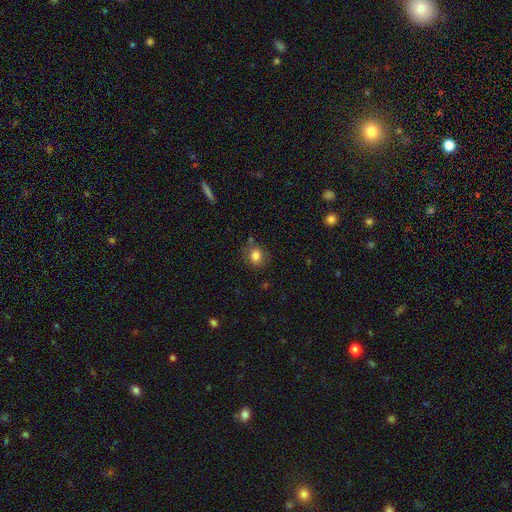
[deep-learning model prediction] This appears to be a smooth galaxy with no disk features (82%) that is round (73%). Merging: none (77%).